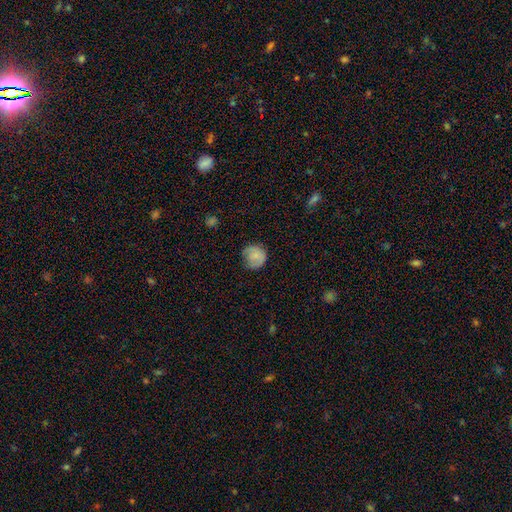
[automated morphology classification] Smooth or featured? Predicted: smooth (p=0.80). How rounded? Predicted: round (p=0.87). Merging? Predicted: none (p=0.67).